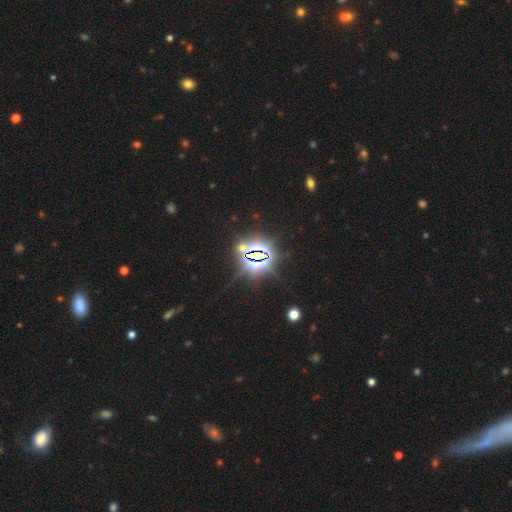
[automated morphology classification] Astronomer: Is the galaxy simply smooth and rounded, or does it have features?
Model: star or artifact — 84%.